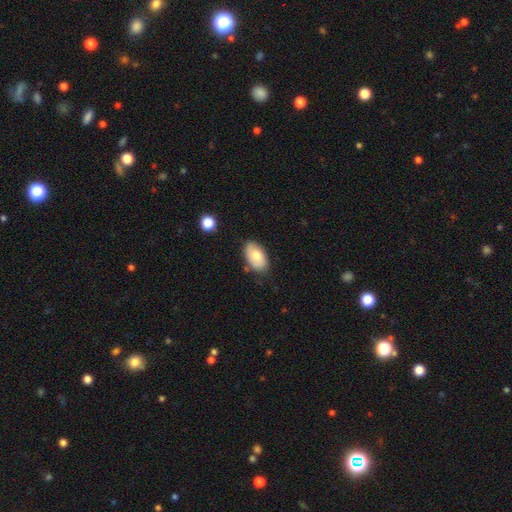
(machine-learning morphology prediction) Smooth or featured: smooth — 73% (featured or disk — 20%)
How rounded: in between — 93% (round — 6%)
Merging: none — 77% (minor disturbance — 17%)